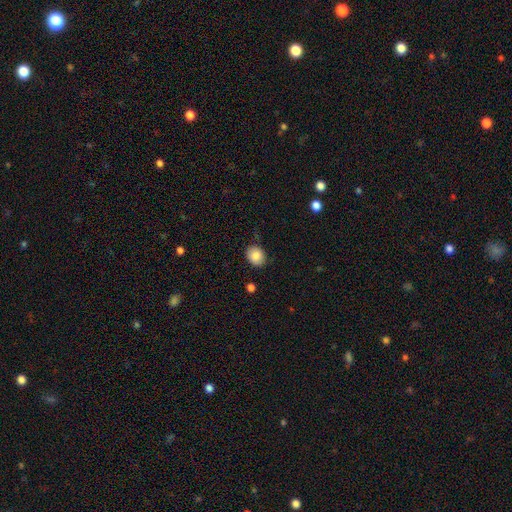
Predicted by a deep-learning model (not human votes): smooth-or-featured: smooth: 85% | star or artifact: 8% | featured or disk: 7%
  how-rounded: round: 56% | in between: 43% | cigar-shaped: 1%
  merging: none: 82% | minor disturbance: 13% | major disturbance: 3% | merger: 2%